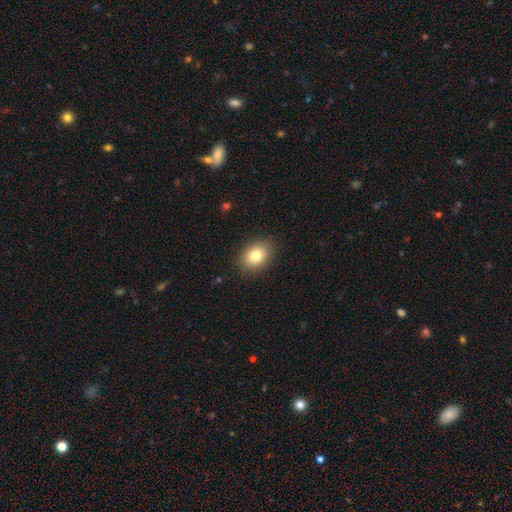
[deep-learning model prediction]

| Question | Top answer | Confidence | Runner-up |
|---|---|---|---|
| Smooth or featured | smooth | 82% | featured or disk (9%) |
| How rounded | in between | 71% | round (28%) |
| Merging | none | 88% | minor disturbance (9%) |